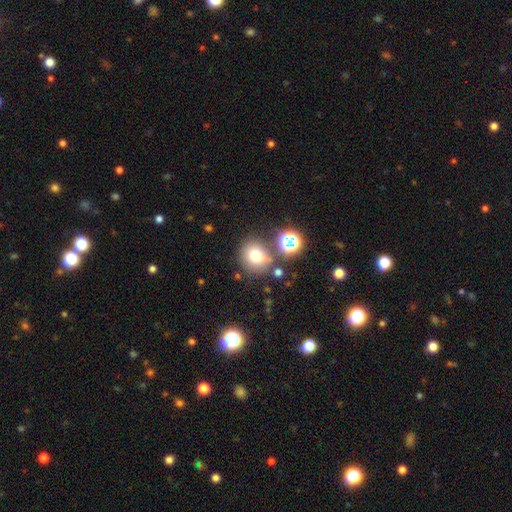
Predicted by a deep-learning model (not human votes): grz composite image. It shows a smooth galaxy with no disk features (69%) that is round (83%). Merging: none (68%).